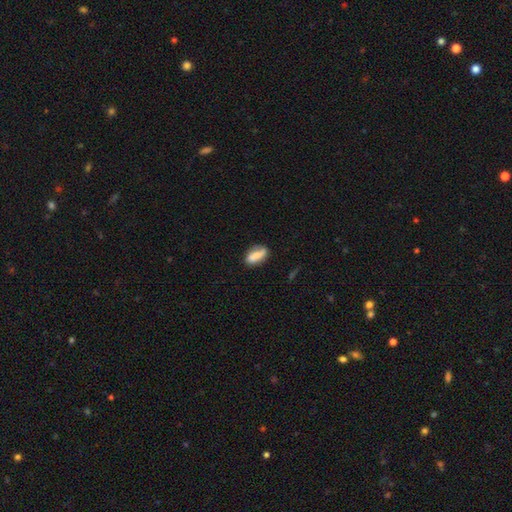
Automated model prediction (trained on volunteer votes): A smooth galaxy with no disk features (60%) that is in between round and cigar-shaped (84%).

Vote fractions:
- Smooth or featured? smooth: 60% / featured or disk: 32% / star or artifact: 8%
- How rounded? in between: 84% / cigar-shaped: 10% / round: 6%
- Merging? none: 70% / minor disturbance: 21% / major disturbance: 5% / merger: 4%